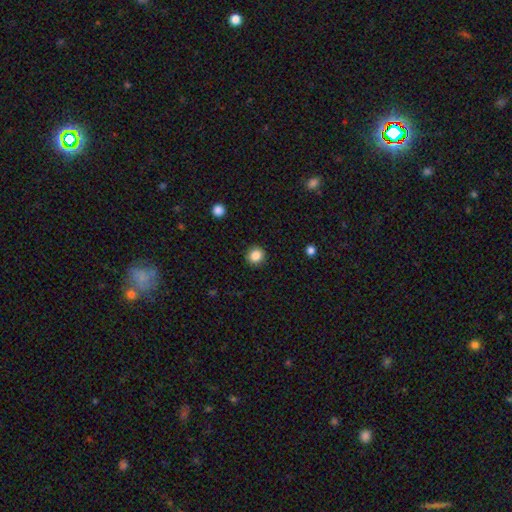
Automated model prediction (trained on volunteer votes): smooth 85%, star or artifact 10%, featured or disk 4%. Down the decision tree: how rounded — round (91%); merging — none (91%).